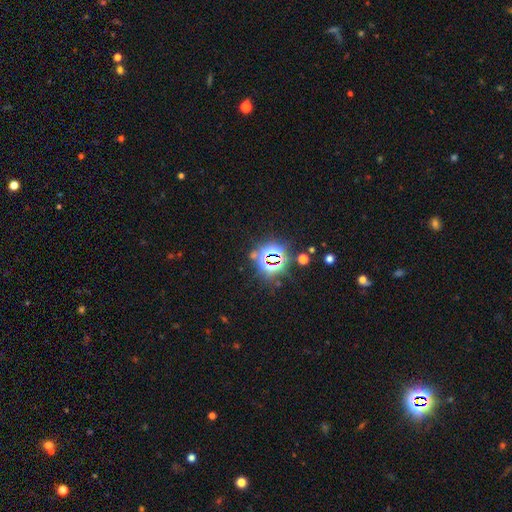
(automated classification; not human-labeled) star or artifact 81%, smooth 11%, featured or disk 8%.